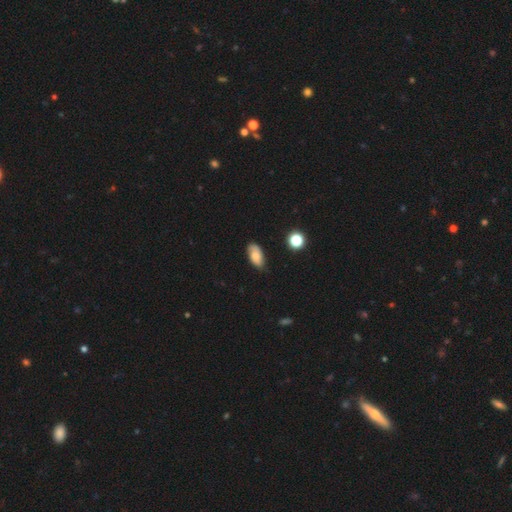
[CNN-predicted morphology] type=smooth (68%); roundness=in between (91%); merging=none (72%).